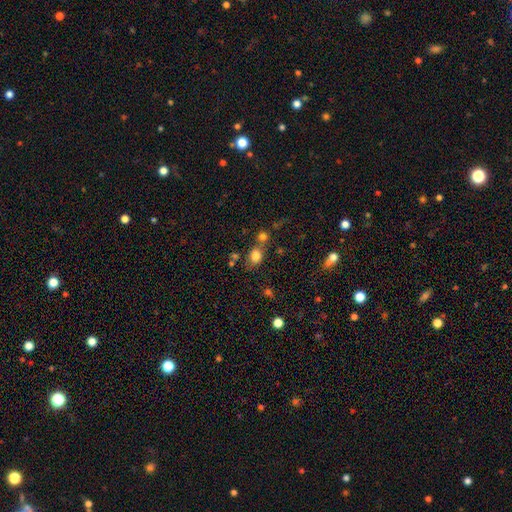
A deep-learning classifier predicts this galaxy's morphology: Overall: smooth (80%). How rounded: in between (53%; round 46%). Merging: none (53%; merger 30%).